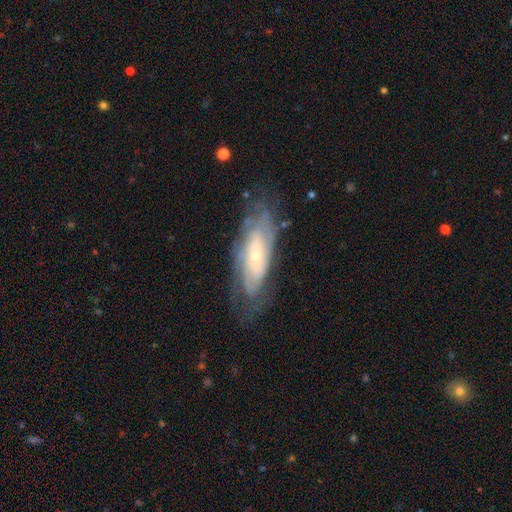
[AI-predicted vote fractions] Morphology: type=featured or disk (76%); edge-on=no (84%); bar=no (62%); spiral arms=yes (88%); winding=tight (64%); arm count=can't tell (53%); bulge=small (74%); merging=none (71%).